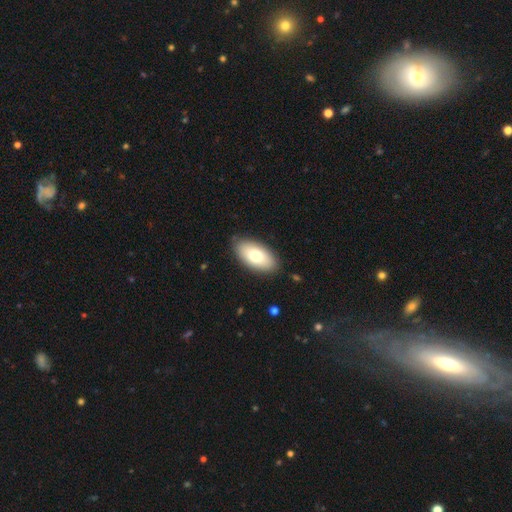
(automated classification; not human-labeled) smooth-or-featured: smooth: 73% | featured or disk: 21% | star or artifact: 7%
  how-rounded: in between: 94% | round: 3% | cigar-shaped: 3%
  merging: none: 86% | minor disturbance: 10% | major disturbance: 2% | merger: 1%